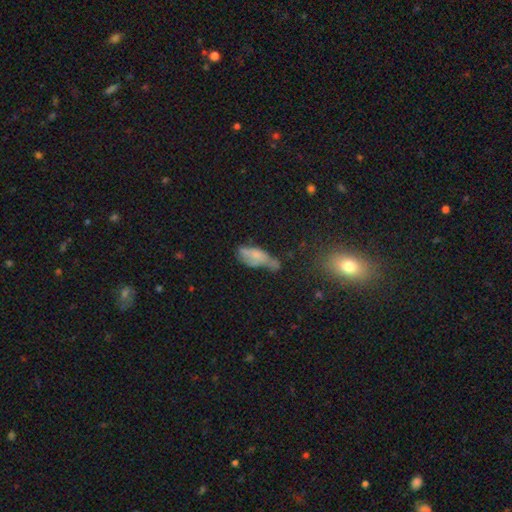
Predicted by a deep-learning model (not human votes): This is possibly a smooth galaxy (54%). How rounded: likely in between (77%). Merging: marginally none (30%, tied with minor disturbance).